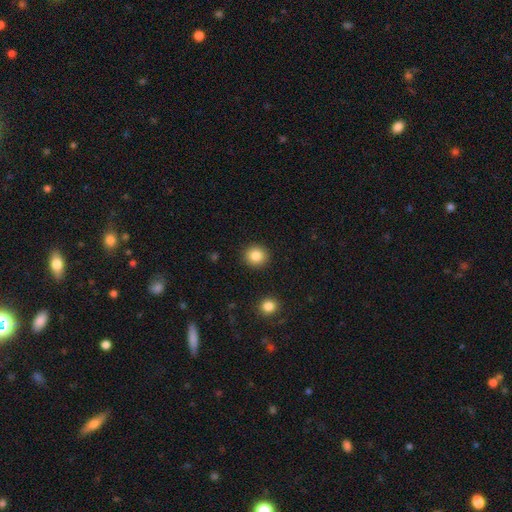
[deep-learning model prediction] A smooth galaxy with no disk features (84%) that is round (91%). Merging: none (91%).